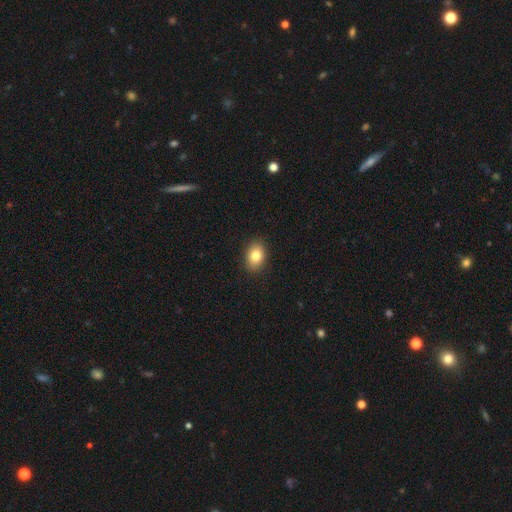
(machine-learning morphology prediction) A smooth galaxy with no disk features (82%) that is in between round and cigar-shaped (76%). Merging: none (90%).